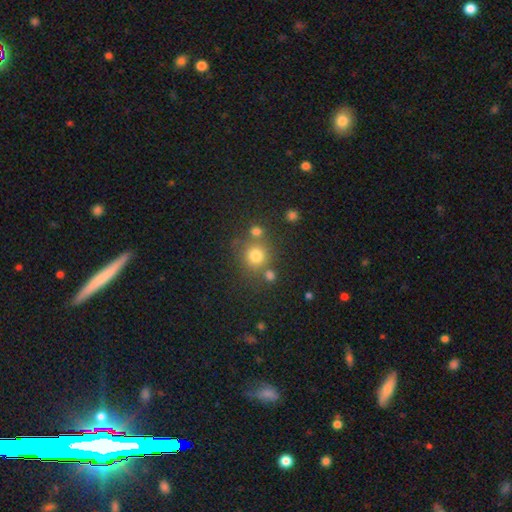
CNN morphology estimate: Smooth or featured? Predicted: smooth (p=0.76). How rounded? Predicted: round (p=0.89). Merging? Predicted: none (p=0.69).